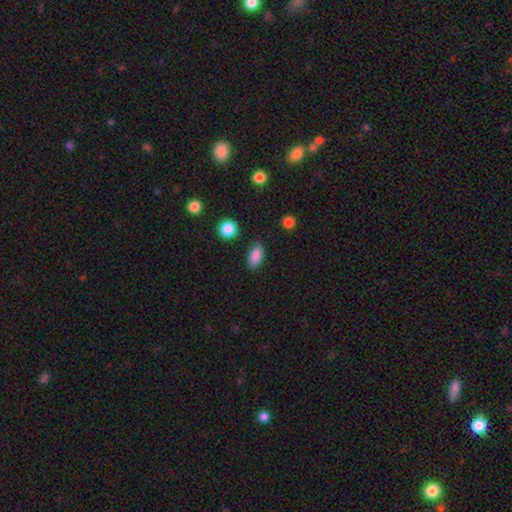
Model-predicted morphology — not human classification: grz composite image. It shows a smooth galaxy with no disk features (87%) that is in between round and cigar-shaped (90%). Merging: none (82%).